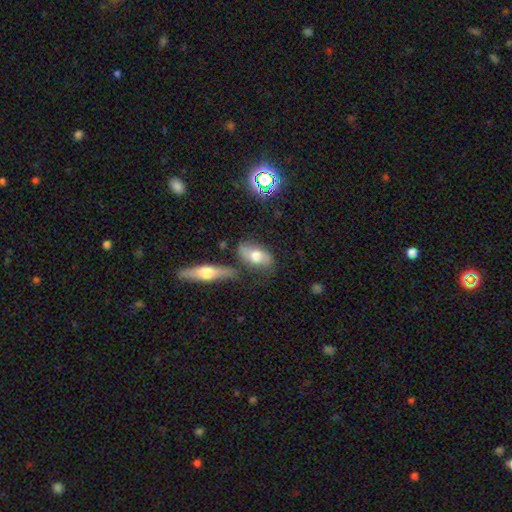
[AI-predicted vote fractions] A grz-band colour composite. It shows a smooth galaxy with no disk features (60%) that is in between round and cigar-shaped (86%). Merging: none (67%).